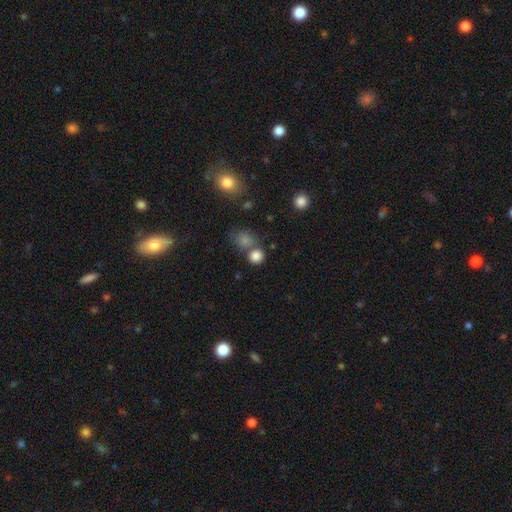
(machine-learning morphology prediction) Smooth or featured?
  - smooth: 83% *
  - star or artifact: 12%
  - featured or disk: 5%
How rounded?
  - round: 81% *
  - in between: 18%
  - cigar-shaped: 1%
Merging?
  - none: 60% *
  - merger: 27%
  - minor disturbance: 9%
  - major disturbance: 4%